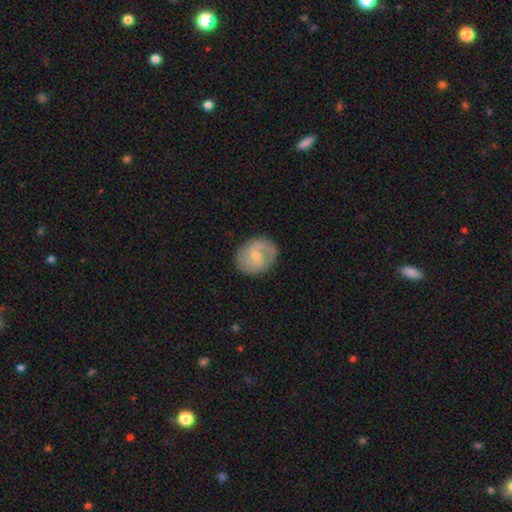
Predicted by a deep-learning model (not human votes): smooth_or_featured: featured or disk (p=0.56) [alt: smooth p=0.38]
disk_edge_on: no (p=0.97) [alt: yes p=0.03]
bar: weak (p=0.53) [alt: no p=0.32]
has_spiral_arms: yes (p=0.76) [alt: no p=0.24]
bulge_size: small (p=0.59) [alt: moderate p=0.36]
merging: none (p=0.80) [alt: minor disturbance p=0.14]